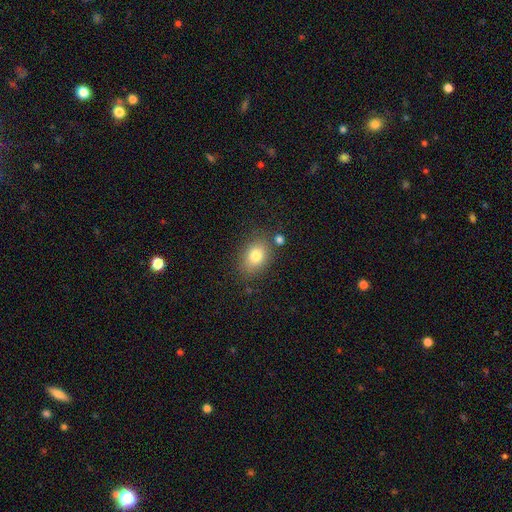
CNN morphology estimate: Smooth or featured? Predicted: smooth (p=0.80). How rounded? Predicted: in between (p=0.72). Merging? Predicted: none (p=0.78).